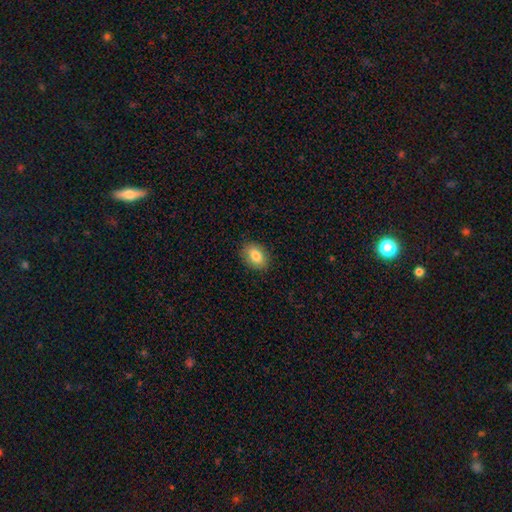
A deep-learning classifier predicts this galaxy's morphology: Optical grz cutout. It shows a smooth galaxy with no disk features (84%) that is in between round and cigar-shaped (77%). Merging: none (88%).